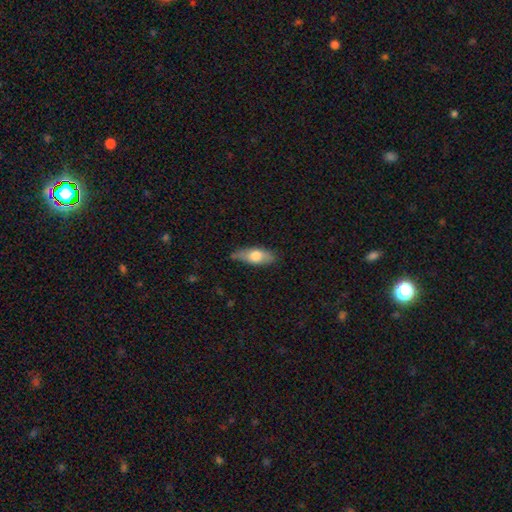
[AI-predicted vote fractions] Smooth or featured?
  - smooth: 66% *
  - featured or disk: 28%
  - star or artifact: 6%
How rounded?
  - in between: 73% *
  - cigar-shaped: 23%
  - round: 3%
Merging?
  - none: 70% *
  - minor disturbance: 23%
  - major disturbance: 4%
  - merger: 2%